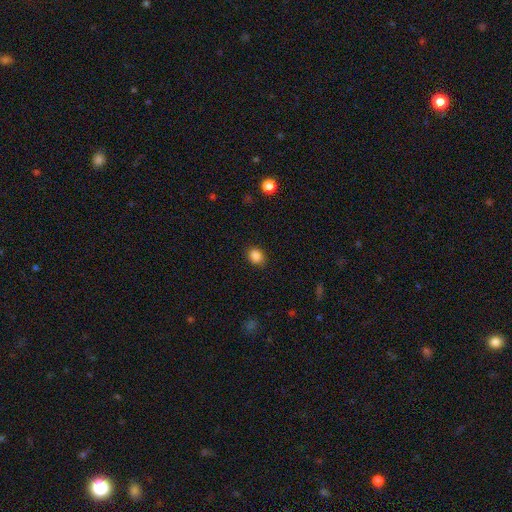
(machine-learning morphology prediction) Q: Smooth or featured?
A: smooth (86%); runner-up: star or artifact (10%)
Q: How rounded?
A: round (55%); runner-up: in between (45%)
Q: Merging?
A: none (85%); runner-up: minor disturbance (11%)